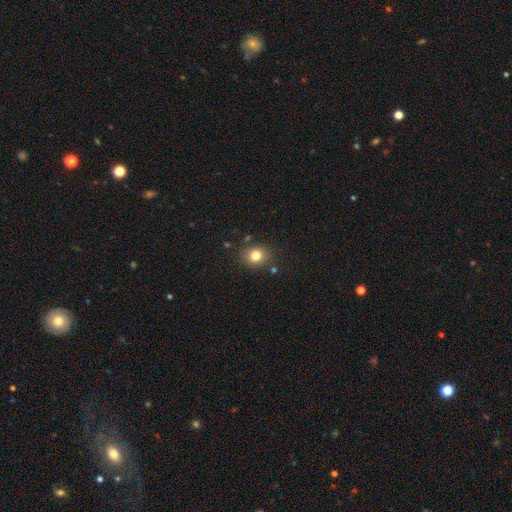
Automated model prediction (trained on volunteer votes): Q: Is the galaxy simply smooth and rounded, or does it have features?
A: smooth — 81%.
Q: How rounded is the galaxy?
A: round — 73%.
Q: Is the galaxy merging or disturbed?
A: none — 83%.